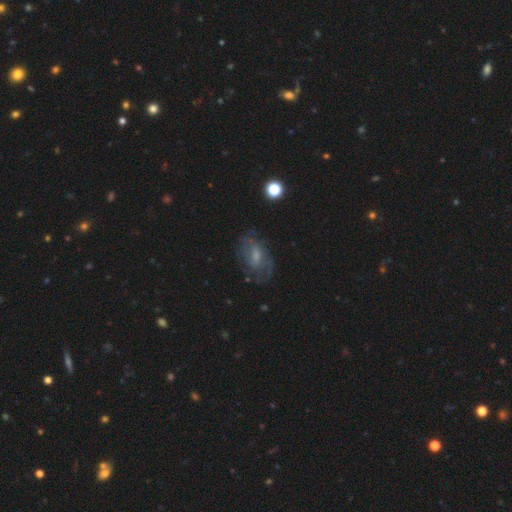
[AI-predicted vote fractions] This appears to be a featured or disk galaxy (55%) with a weak bar (46%), spiral arms (62%) and a small central bulge (41%). Merging: none (61%).